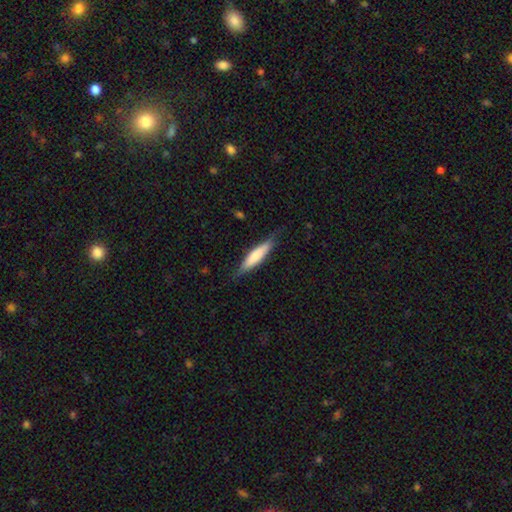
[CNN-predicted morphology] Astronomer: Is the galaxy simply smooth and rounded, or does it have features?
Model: smooth — 70%.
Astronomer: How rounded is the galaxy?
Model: cigar-shaped — 80%.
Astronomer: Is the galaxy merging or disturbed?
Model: none — 79%.